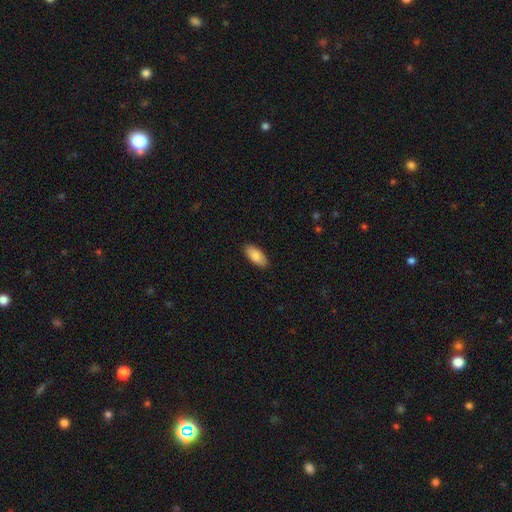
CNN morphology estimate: Smooth or featured?
  - smooth: 88% *
  - featured or disk: 6%
  - star or artifact: 6%
How rounded?
  - in between: 89% *
  - cigar-shaped: 9%
  - round: 2%
Merging?
  - none: 89% *
  - minor disturbance: 8%
  - major disturbance: 2%
  - merger: 1%